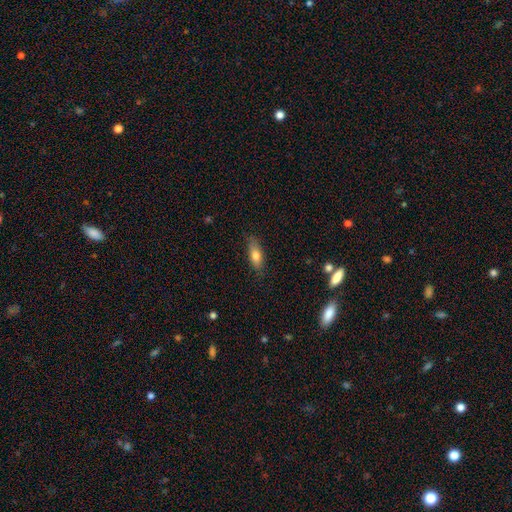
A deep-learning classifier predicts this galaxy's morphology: type=smooth (75%); roundness=in between (66%); merging=none (79%).